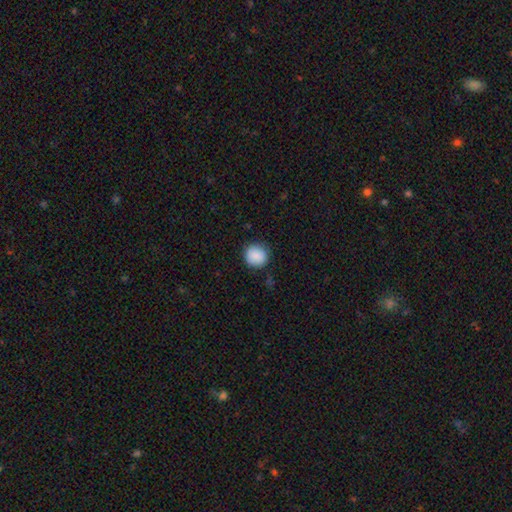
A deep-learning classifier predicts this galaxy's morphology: smooth-or-featured: smooth: 88% | star or artifact: 8% | featured or disk: 4%
  how-rounded: round: 91% | in between: 8% | cigar-shaped: 1%
  merging: none: 84% | minor disturbance: 12% | major disturbance: 3% | merger: 1%